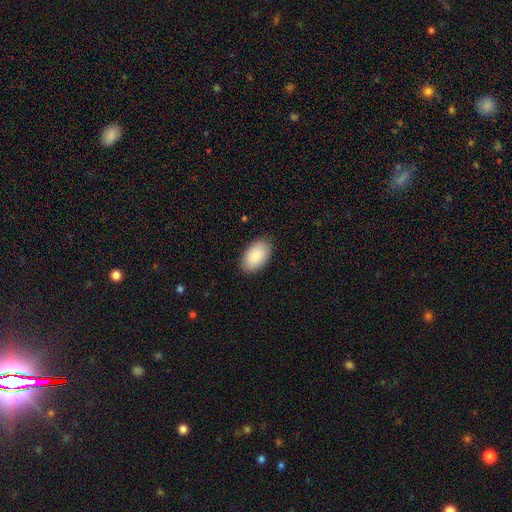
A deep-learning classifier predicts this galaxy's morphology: Smooth or featured: smooth — 84% (featured or disk — 10%)
How rounded: in between — 93% (round — 5%)
Merging: none — 86% (minor disturbance — 11%)